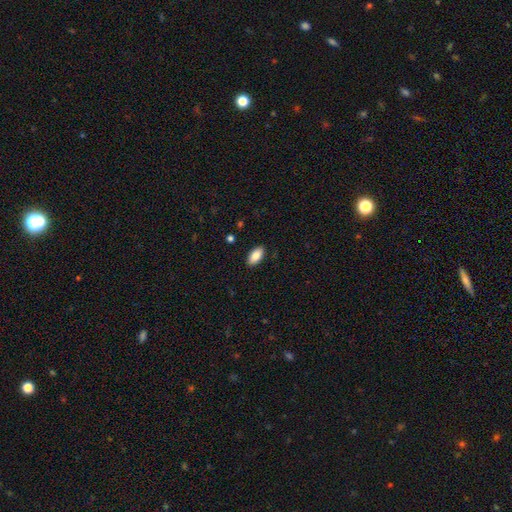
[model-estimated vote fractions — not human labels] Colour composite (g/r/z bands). It shows a smooth galaxy with no disk features (86%) that is in between round and cigar-shaped (93%). Merging: none (90%).